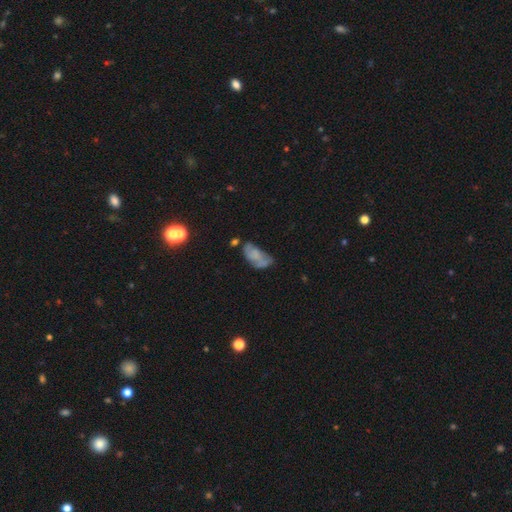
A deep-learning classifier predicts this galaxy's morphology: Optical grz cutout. It shows a smooth galaxy with no disk features (46%). Merging: none (35%).